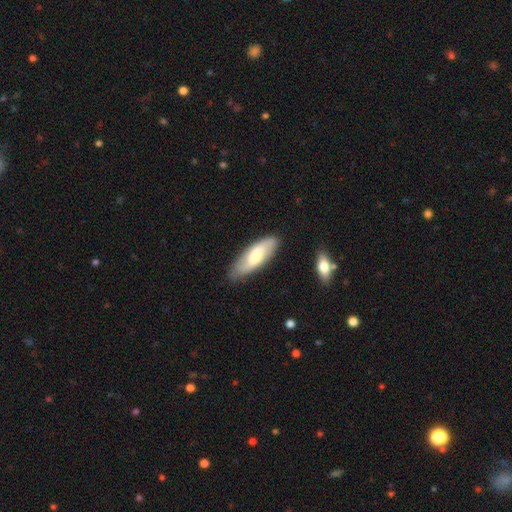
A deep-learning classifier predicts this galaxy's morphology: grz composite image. It shows a smooth galaxy with no disk features (57%) that is in between round and cigar-shaped (63%). Merging: none (79%).